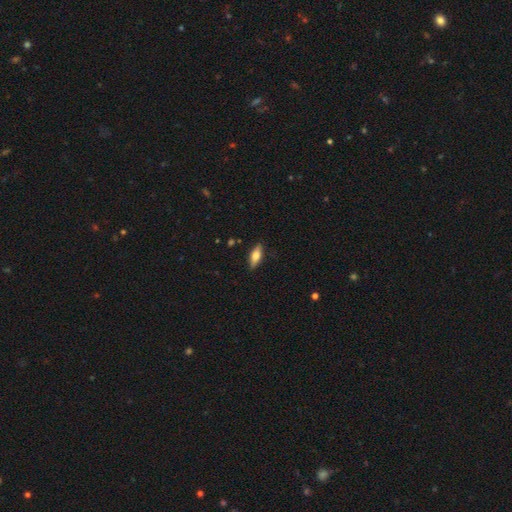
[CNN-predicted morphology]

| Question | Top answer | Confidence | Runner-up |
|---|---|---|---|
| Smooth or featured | smooth | 56% | featured or disk (37%) |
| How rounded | in between | 59% | cigar-shaped (38%) |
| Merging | none | 87% | minor disturbance (10%) |